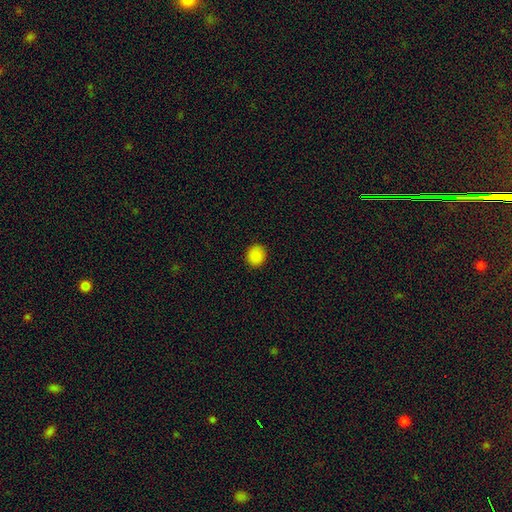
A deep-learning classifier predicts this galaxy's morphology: The model was most divided on "how rounded": round: 85%, in between: 14%, cigar-shaped: 1%. More confident: merging — none (91%); smooth or featured — smooth (88%).